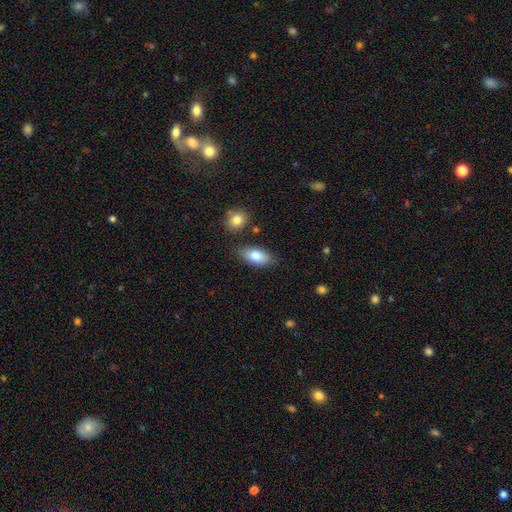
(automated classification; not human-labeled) Q: Smooth or featured?
A: smooth (81%); runner-up: featured or disk (12%)
Q: How rounded?
A: in between (90%); runner-up: cigar-shaped (6%)
Q: Merging?
A: none (78%); runner-up: minor disturbance (13%)